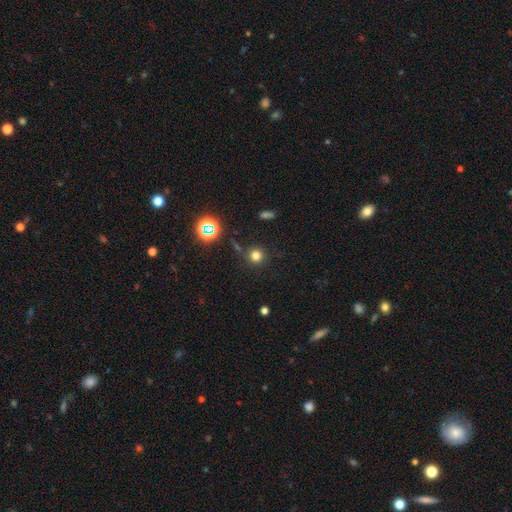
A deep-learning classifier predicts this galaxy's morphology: The model was most divided on "smooth or featured": smooth: 71%, star or artifact: 22%, featured or disk: 7%. More confident: how rounded — round (94%); merging — none (84%).